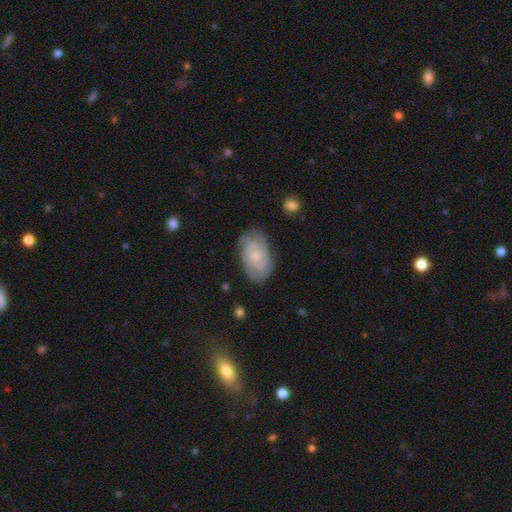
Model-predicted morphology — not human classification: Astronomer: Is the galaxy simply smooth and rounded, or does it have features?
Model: featured or disk — 73%.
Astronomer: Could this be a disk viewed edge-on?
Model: no — 96%.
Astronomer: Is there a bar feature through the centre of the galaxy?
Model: no — 72%.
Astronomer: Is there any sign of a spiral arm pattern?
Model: yes — 94%.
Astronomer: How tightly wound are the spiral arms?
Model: tight — 71%.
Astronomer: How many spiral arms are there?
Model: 2 — 39% (runner-up: can't tell, 30%).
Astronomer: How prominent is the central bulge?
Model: small — 58% (runner-up: moderate, 33%).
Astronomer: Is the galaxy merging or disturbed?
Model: none — 78%.